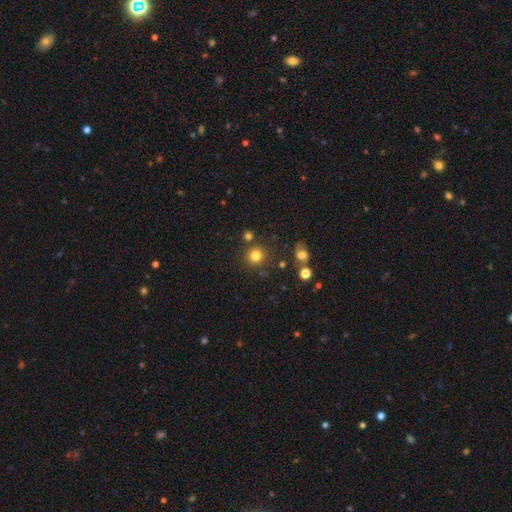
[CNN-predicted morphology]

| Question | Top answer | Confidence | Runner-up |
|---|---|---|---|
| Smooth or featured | smooth | 80% | star or artifact (14%) |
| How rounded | round | 92% | in between (7%) |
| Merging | none | 82% | minor disturbance (8%) |